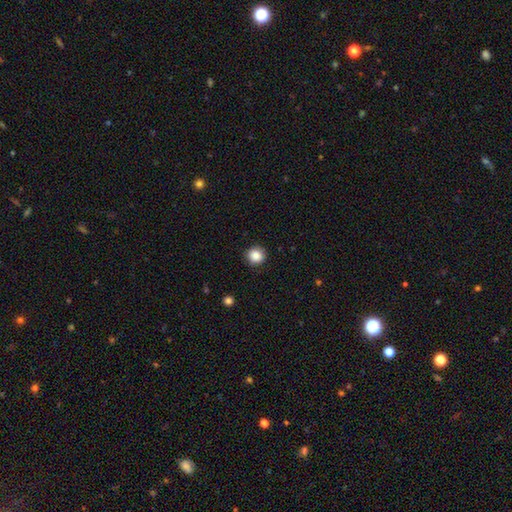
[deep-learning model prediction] Smooth or featured?
  - smooth: 86% *
  - star or artifact: 10%
  - featured or disk: 4%
How rounded?
  - round: 93% *
  - in between: 6%
  - cigar-shaped: 1%
Merging?
  - none: 89% *
  - minor disturbance: 8%
  - major disturbance: 2%
  - merger: 1%